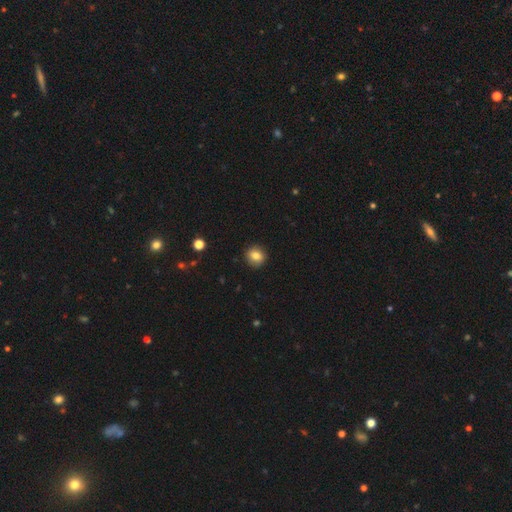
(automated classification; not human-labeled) smooth-or-featured: smooth: 82% | star or artifact: 10% | featured or disk: 8%
  how-rounded: round: 81% | in between: 18% | cigar-shaped: 1%
  merging: none: 90% | minor disturbance: 8% | major disturbance: 2% | merger: 1%